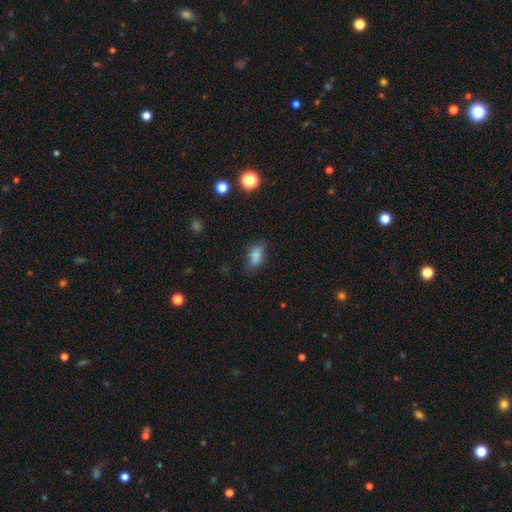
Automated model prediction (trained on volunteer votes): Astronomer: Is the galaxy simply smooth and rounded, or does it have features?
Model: smooth — 79%.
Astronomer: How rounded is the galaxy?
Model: in between — 84%.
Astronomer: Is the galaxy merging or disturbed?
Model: none — 63%.